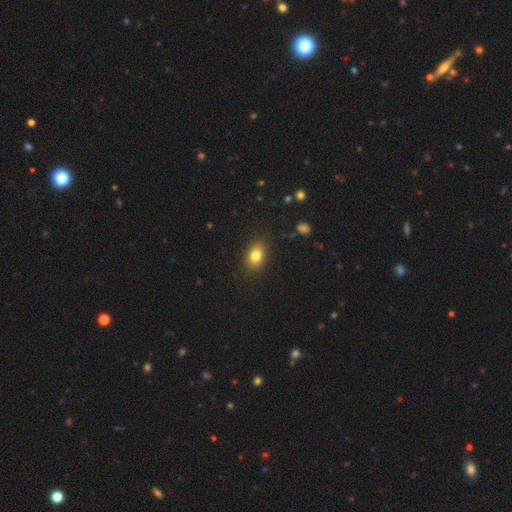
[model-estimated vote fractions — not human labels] Smooth or featured: smooth — 82% (star or artifact — 10%)
How rounded: in between — 75% (round — 23%)
Merging: none — 86% (minor disturbance — 10%)